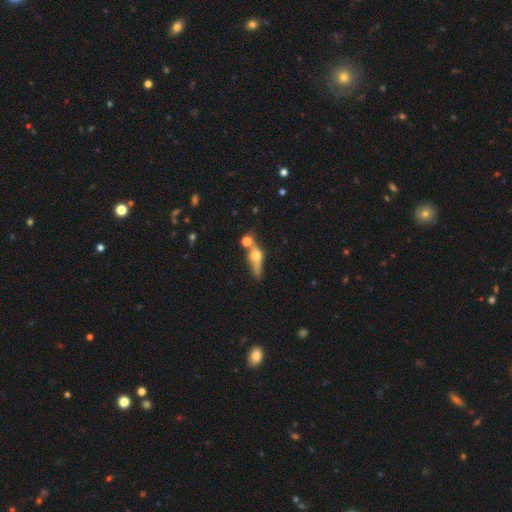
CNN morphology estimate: A featured or disk galaxy (46%). Merging: none (46%).